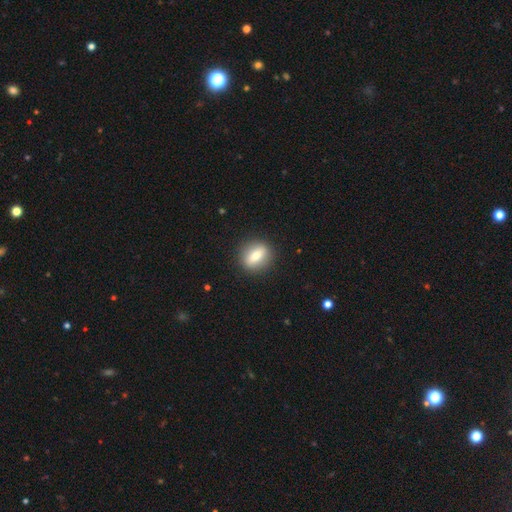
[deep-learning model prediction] Overall: smooth (69%). How rounded: in between (50%; round 41%). Merging: none (88%).